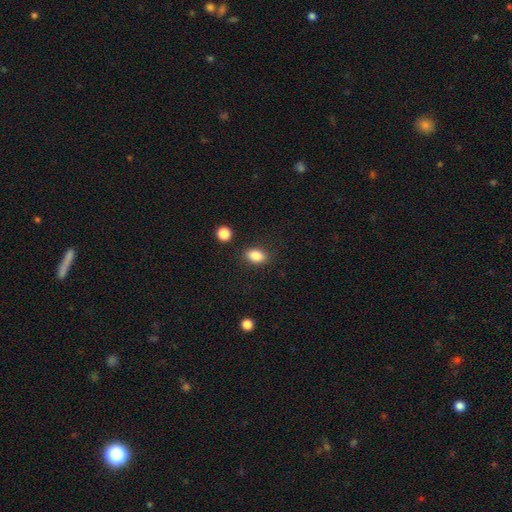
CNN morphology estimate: smooth_or_featured: smooth (p=0.86) [alt: star or artifact p=0.09]
how_rounded: in between (p=0.85) [alt: round p=0.13]
merging: none (p=0.85) [alt: minor disturbance p=0.10]